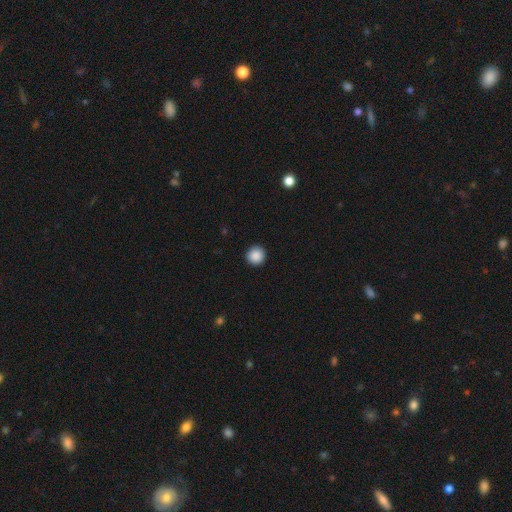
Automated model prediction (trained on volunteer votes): Morphology: type=smooth (89%); roundness=round (95%); merging=none (93%).